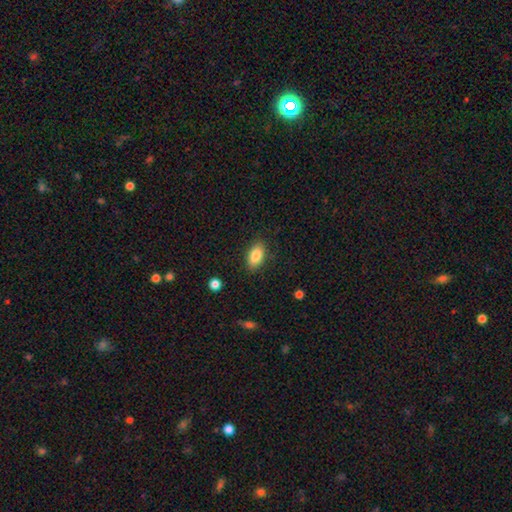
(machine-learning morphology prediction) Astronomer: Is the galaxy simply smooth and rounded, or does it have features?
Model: smooth — 84%.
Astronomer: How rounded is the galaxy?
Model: in between — 91%.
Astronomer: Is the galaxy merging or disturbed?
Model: none — 85%.